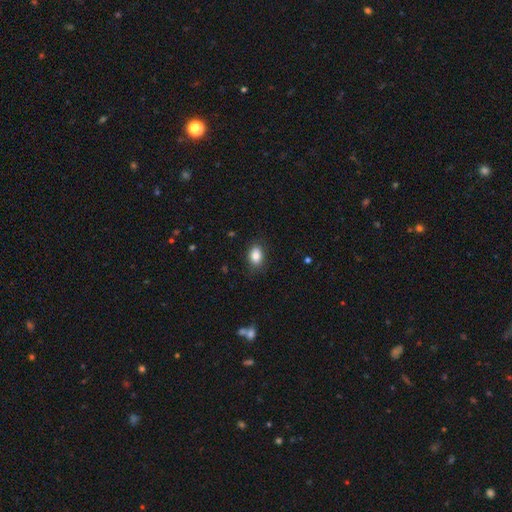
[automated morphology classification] A smooth galaxy with no disk features (84%) that is in between round and cigar-shaped (80%). Merging: none (84%).